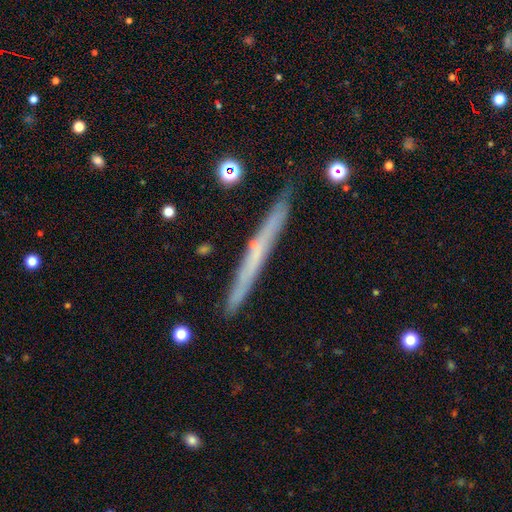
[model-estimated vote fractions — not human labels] smooth-or-featured: featured or disk: 54% | smooth: 38% | star or artifact: 7%
  disk-edge-on: yes: 96% | no: 4%
    edge-on-bulge: none: 84% | rounded: 13% | boxy: 3%
  merging: none: 87% | minor disturbance: 10% | merger: 2% | major disturbance: 2%